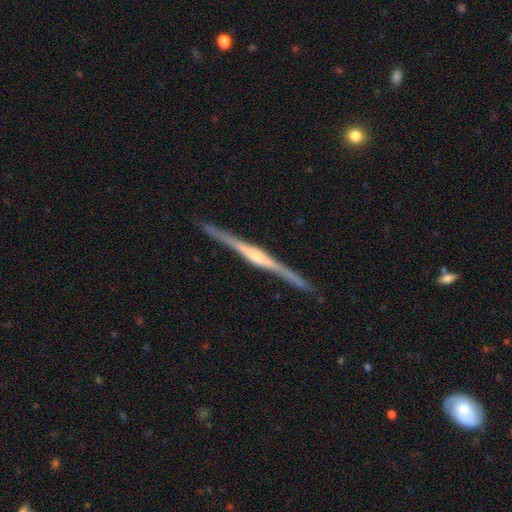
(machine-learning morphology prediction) smooth_or_featured: featured or disk (p=0.88) [alt: smooth p=0.08]
disk_edge_on: yes (p=0.99) [alt: no p=0.01]
edge_on_bulge: rounded (p=0.72) [alt: boxy p=0.14]
merging: none (p=0.91) [alt: minor disturbance p=0.06]